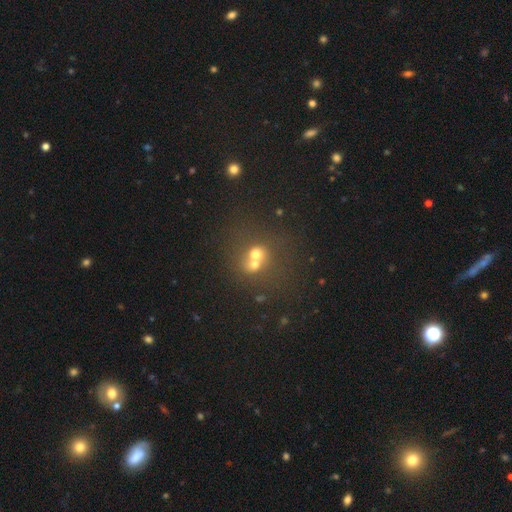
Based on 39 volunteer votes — A smooth galaxy with no disk features (64%) that is round (76%).

Vote fractions:
- Smooth or featured? smooth: 64% / featured or disk: 28% / star or artifact: 8%
- How rounded? round: 76% / in between: 24% / cigar-shaped: 0%
- Merging? merger: 72% / none: 22% / minor disturbance: 3% / major disturbance: 3%